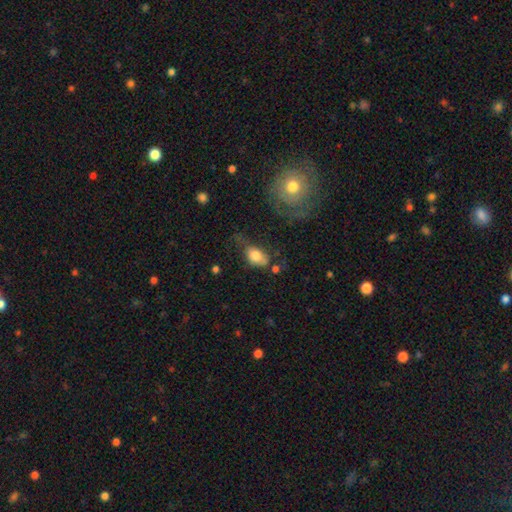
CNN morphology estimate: Smooth or featured: smooth — 76% (featured or disk — 17%)
How rounded: in between — 84% (round — 13%)
Merging: none — 34% (minor disturbance — 31%)